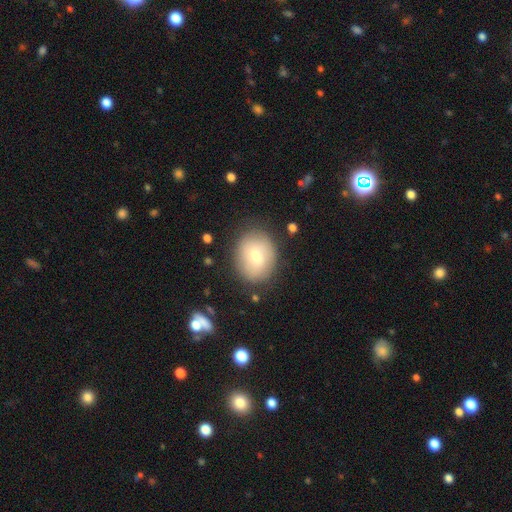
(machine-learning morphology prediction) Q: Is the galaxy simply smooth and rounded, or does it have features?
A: smooth — 69%.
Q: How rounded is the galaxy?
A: round — 56%.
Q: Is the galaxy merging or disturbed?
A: none — 80%.